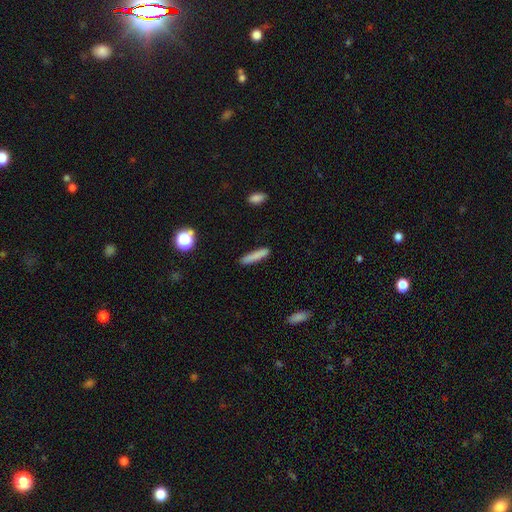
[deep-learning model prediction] Overall: smooth (82%). How rounded: cigar-shaped (88%). Merging: none (88%).